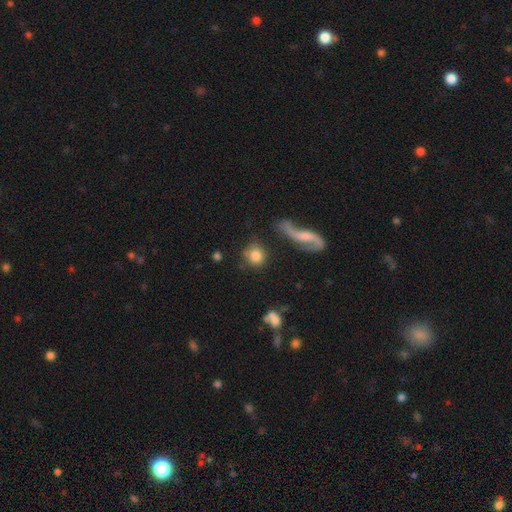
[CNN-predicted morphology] type=smooth (72%); roundness=round (84%); merging=none (67%).